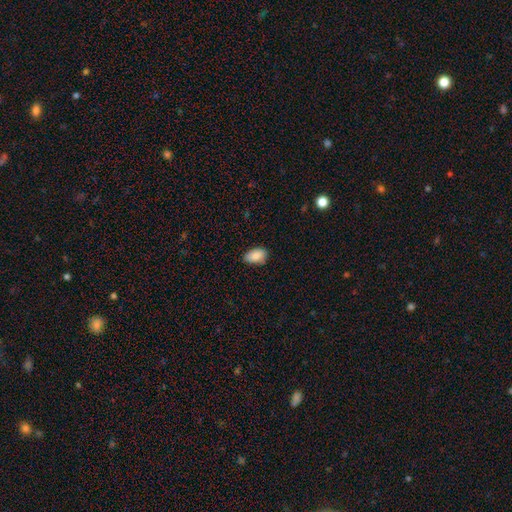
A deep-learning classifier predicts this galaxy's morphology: Q: Smooth or featured?
A: smooth (88%); runner-up: star or artifact (7%)
Q: How rounded?
A: in between (92%); runner-up: round (6%)
Q: Merging?
A: none (76%); runner-up: minor disturbance (20%)